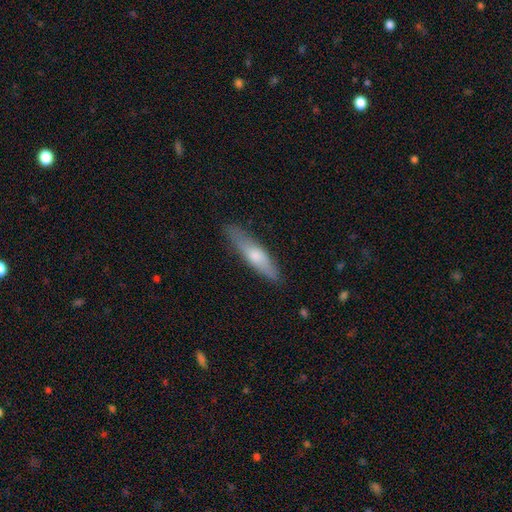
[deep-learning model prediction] Q: Smooth or featured?
A: smooth (57%); runner-up: featured or disk (37%)
Q: How rounded?
A: cigar-shaped (79%); runner-up: in between (19%)
Q: Merging?
A: none (83%); runner-up: minor disturbance (13%)